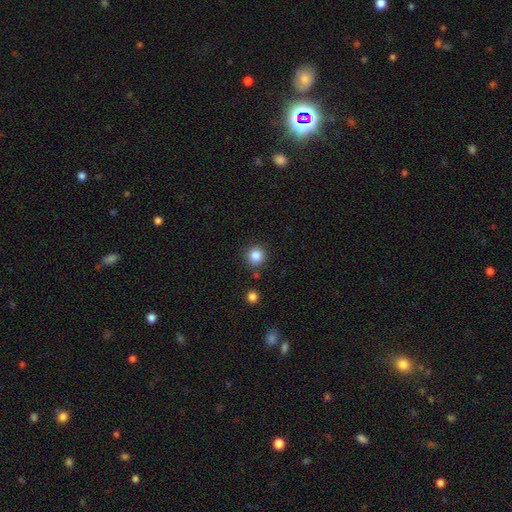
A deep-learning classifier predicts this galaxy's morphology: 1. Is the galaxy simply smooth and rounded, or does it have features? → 85% smooth, 11% star or artifact, 4% featured or disk.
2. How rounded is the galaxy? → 94% round, 5% in between, 1% cigar-shaped.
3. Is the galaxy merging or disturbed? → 87% none, 7% minor disturbance, 4% merger, 2% major disturbance.